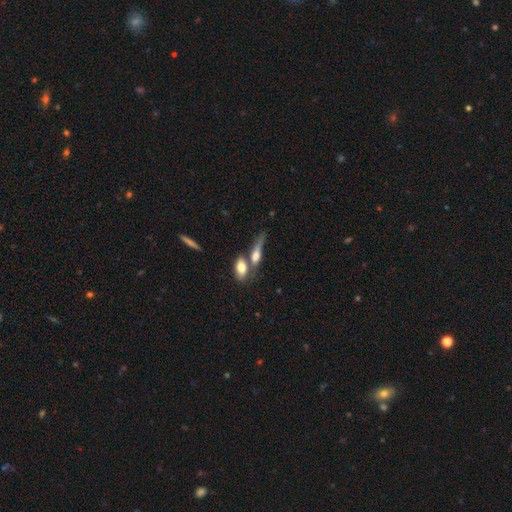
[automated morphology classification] Smooth or featured? Predicted: smooth (p=0.65). How rounded? Predicted: in between (p=0.58). Merging? Predicted: merger (p=0.43).